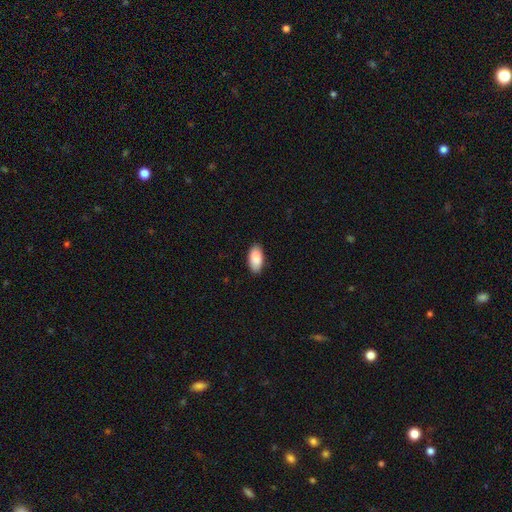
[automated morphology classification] This is clearly a smooth galaxy (89%). How rounded: clearly in between (94%). Merging: clearly none (85%).